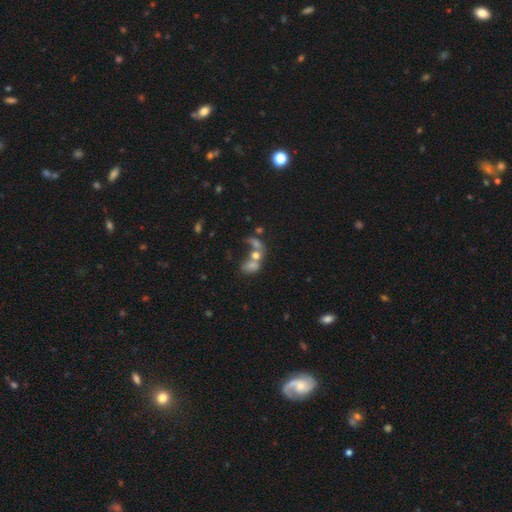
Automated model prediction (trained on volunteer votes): This is possibly a smooth galaxy (57%). How rounded: likely in between (72%). Merging: likely merger (62%).